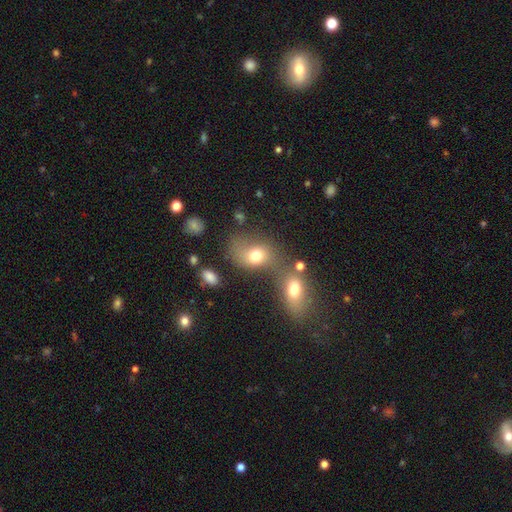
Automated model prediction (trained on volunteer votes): This appears to be a smooth galaxy with no disk features (71%) that is in between round and cigar-shaped (59%). Merging: merger (46%).